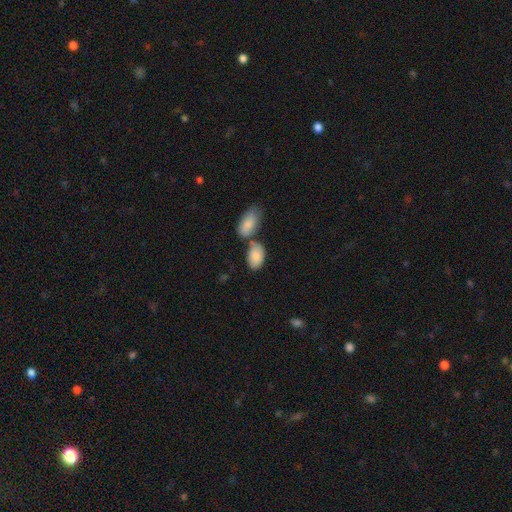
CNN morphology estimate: Smooth or featured? Predicted: smooth (p=0.85). How rounded? Predicted: in between (p=0.93). Merging? Predicted: none (p=0.48).